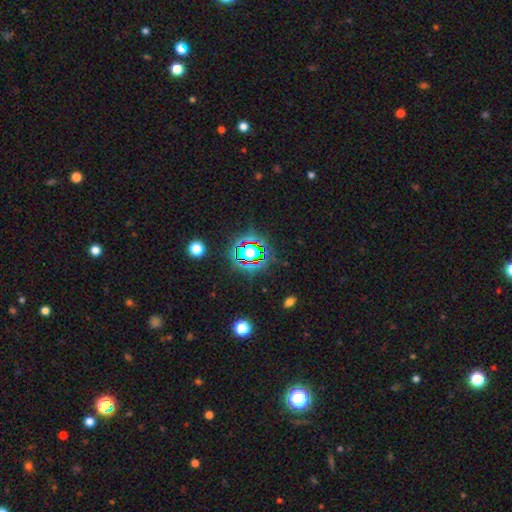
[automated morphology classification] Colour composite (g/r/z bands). It shows a star or artifact, not a galaxy (64%).